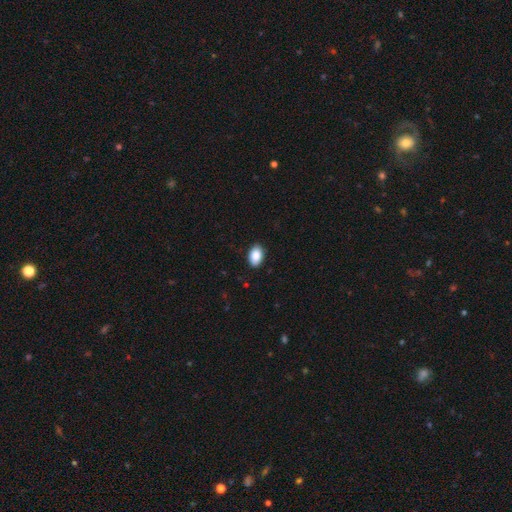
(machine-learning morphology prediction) smooth-or-featured: smooth: 89% | star or artifact: 7% | featured or disk: 4%
  how-rounded: in between: 91% | round: 8% | cigar-shaped: 1%
  merging: none: 89% | minor disturbance: 8% | major disturbance: 2% | merger: 1%